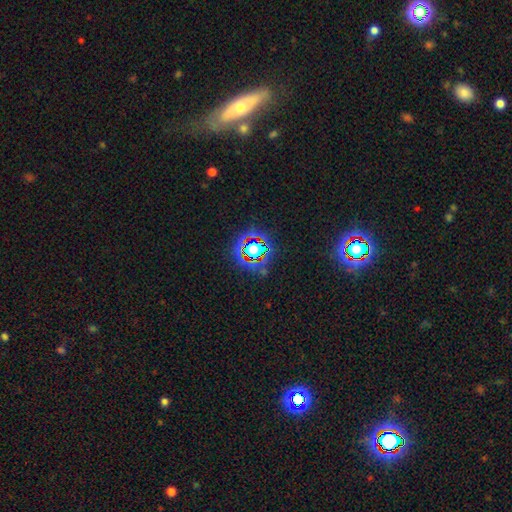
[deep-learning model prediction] Smooth or featured? star or artifact (74%)